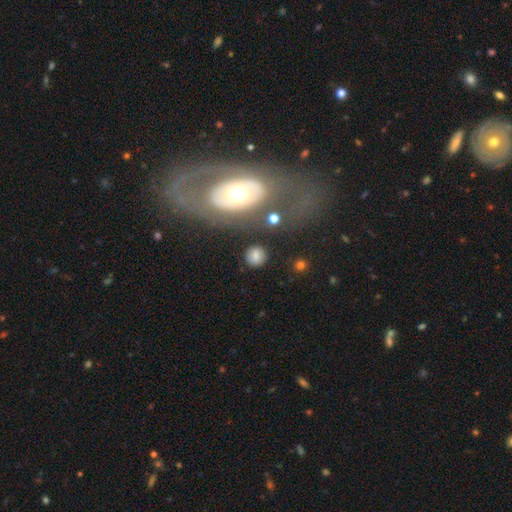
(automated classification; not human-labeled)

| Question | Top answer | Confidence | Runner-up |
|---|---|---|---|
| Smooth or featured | smooth | 76% | featured or disk (13%) |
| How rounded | round | 84% | in between (15%) |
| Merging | none | 83% | minor disturbance (10%) |